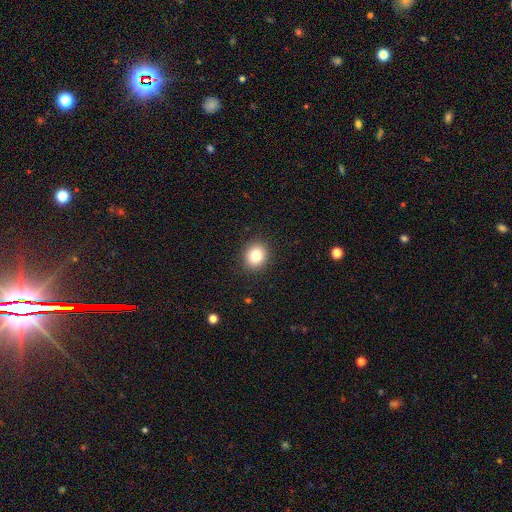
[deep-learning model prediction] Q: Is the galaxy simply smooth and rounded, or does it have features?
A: smooth — 82%.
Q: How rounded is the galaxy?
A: round — 74%.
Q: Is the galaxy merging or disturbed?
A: none — 91%.